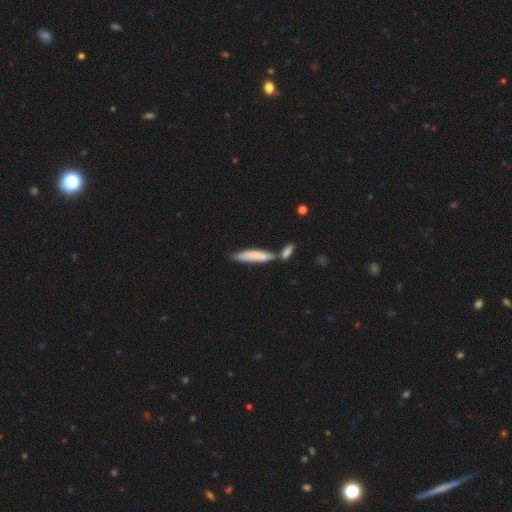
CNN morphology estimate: Smooth or featured? smooth (74%)
How rounded? cigar-shaped (81%)
Merging? none (47%)